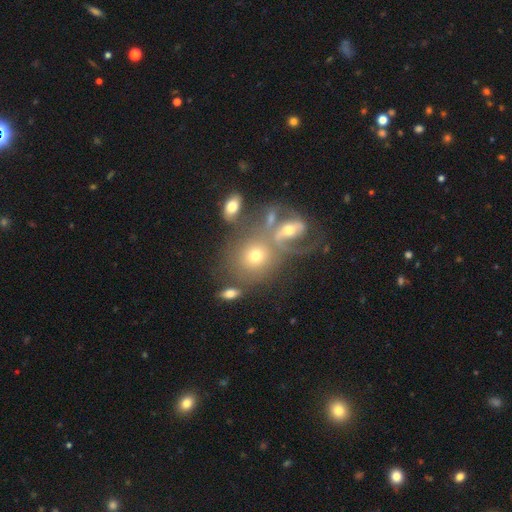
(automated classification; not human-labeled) This appears to be a smooth galaxy with no disk features (52%) that is round (68%). Merging: merger (43%).